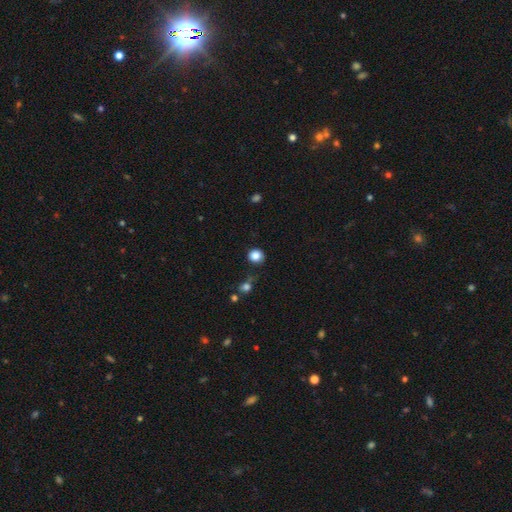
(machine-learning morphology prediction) Overall: smooth (84%). How rounded: round (82%). Merging: none (79%).